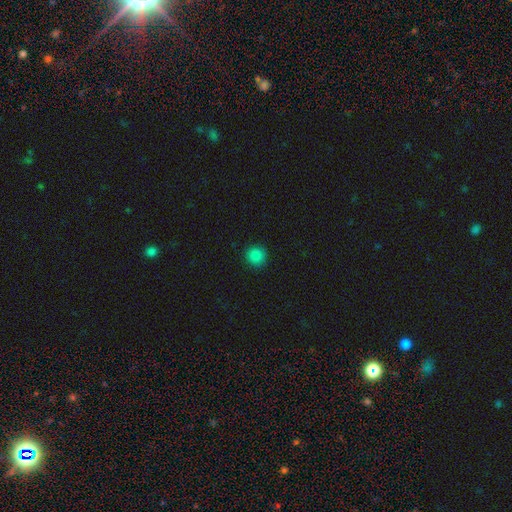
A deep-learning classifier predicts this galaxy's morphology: A smooth galaxy with no disk features (85%) that is round (94%). Merging: none (92%).